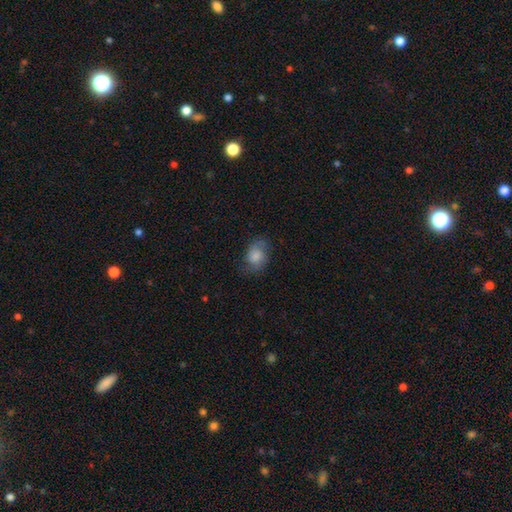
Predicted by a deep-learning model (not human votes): smooth 61%, featured or disk 30%, star or artifact 9%. Down the decision tree: how rounded — in between (69%); merging — none (65%).